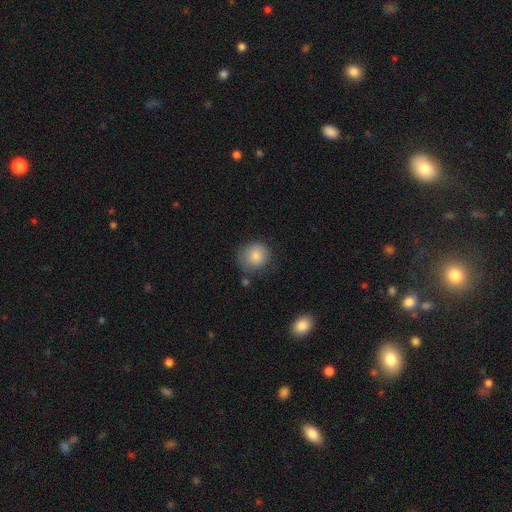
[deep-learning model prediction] A smooth galaxy with no disk features (83%) that is round (83%). Merging: none (69%).